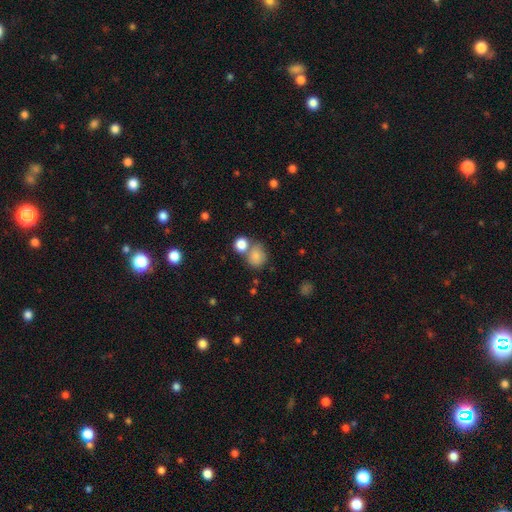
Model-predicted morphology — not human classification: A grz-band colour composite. It shows a smooth galaxy with no disk features (80%) that is round (69%). Merging: none (48%).